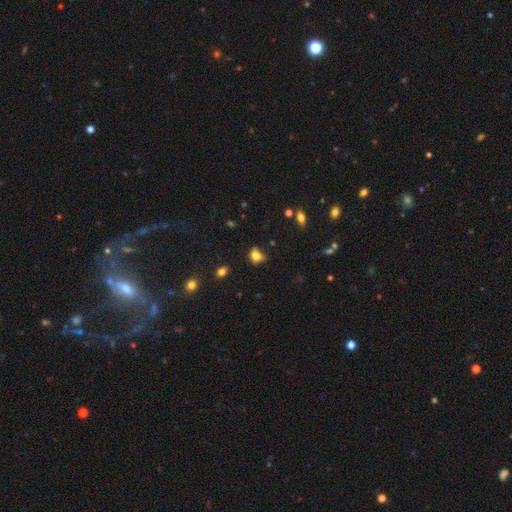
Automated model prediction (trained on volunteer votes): Smooth or featured?
  - smooth: 78% *
  - star or artifact: 13%
  - featured or disk: 9%
How rounded?
  - in between: 53% *
  - round: 45%
  - cigar-shaped: 2%
Merging?
  - none: 47% *
  - minor disturbance: 35%
  - major disturbance: 12%
  - merger: 5%